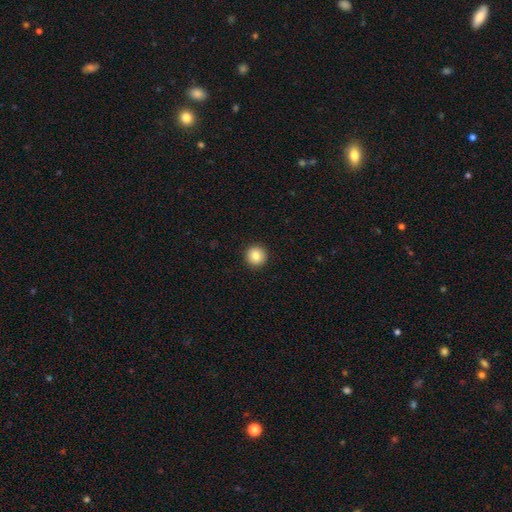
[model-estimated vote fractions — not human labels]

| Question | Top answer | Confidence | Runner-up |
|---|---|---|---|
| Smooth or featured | smooth | 84% | star or artifact (9%) |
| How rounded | round | 96% | in between (3%) |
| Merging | none | 93% | minor disturbance (4%) |